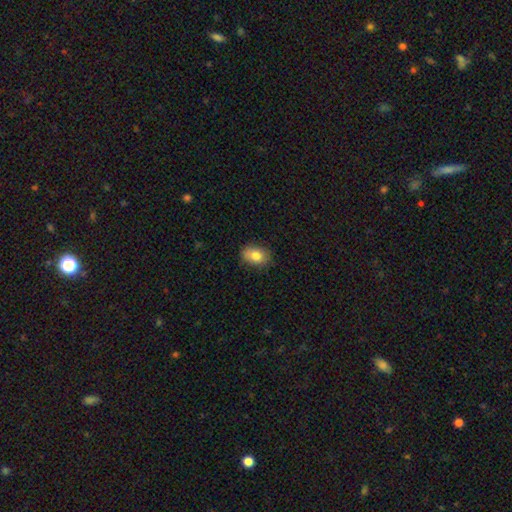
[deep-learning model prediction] Q: Smooth or featured?
A: smooth (81%); runner-up: featured or disk (10%)
Q: How rounded?
A: in between (77%); runner-up: round (22%)
Q: Merging?
A: none (83%); runner-up: minor disturbance (13%)